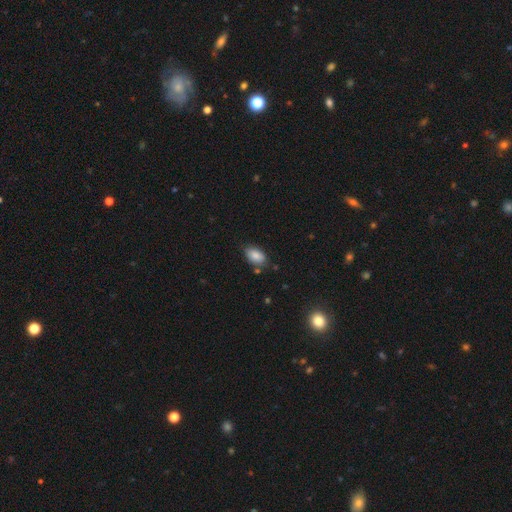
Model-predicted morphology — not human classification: A smooth galaxy with no disk features (86%) that is in between round and cigar-shaped (91%).

Vote fractions:
- Smooth or featured? smooth: 86% / star or artifact: 7% / featured or disk: 7%
- How rounded? in between: 91% / round: 7% / cigar-shaped: 2%
- Merging? none: 74% / minor disturbance: 18% / merger: 4% / major disturbance: 3%